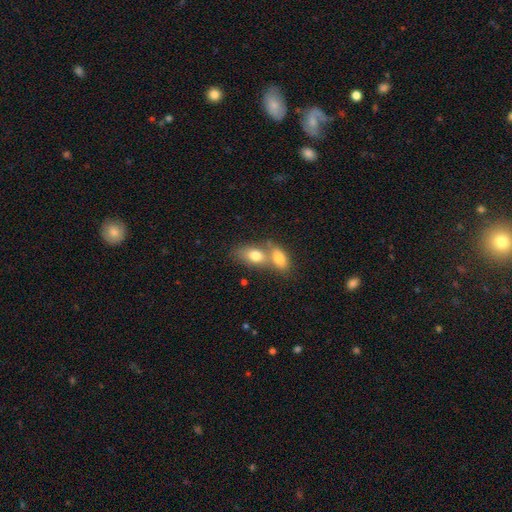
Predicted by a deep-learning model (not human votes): Overall: smooth (77%). How rounded: in between (86%). Merging: merger (62%; none 27%).